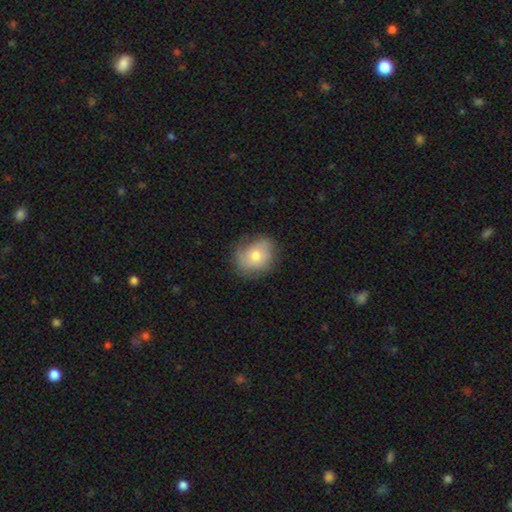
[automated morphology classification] Smooth or featured? smooth (64%)
How rounded? round (52%)
Merging? none (65%)